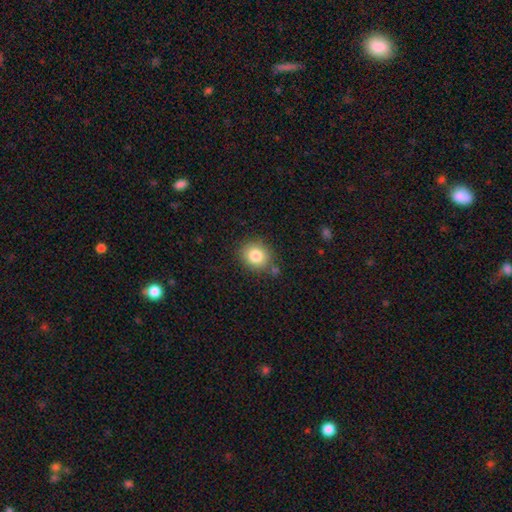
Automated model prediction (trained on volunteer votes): This is clearly a smooth galaxy (82%). How rounded: likely round (73%). Merging: clearly none (80%).